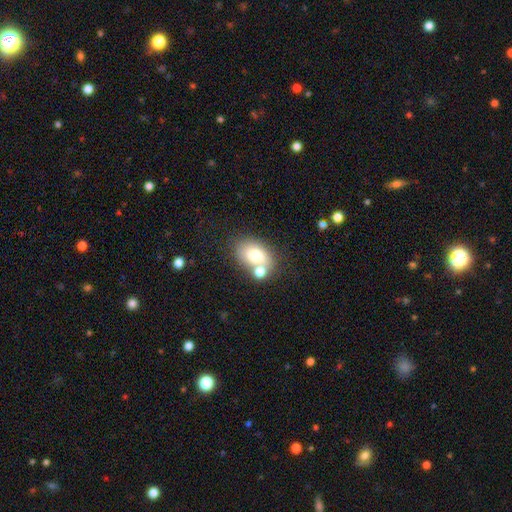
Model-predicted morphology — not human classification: This is likely a smooth galaxy (74%). How rounded: likely in between (80%). Merging: possibly none (52%).